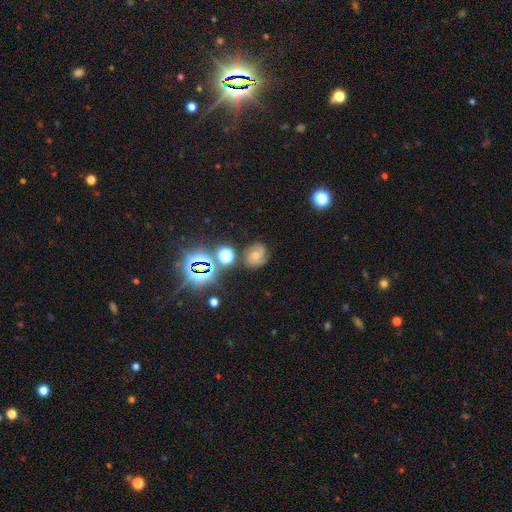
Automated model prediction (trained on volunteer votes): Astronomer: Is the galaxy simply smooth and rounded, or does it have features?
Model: featured or disk — 46% (runner-up: smooth, 32%).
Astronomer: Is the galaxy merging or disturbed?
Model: none — 71%.